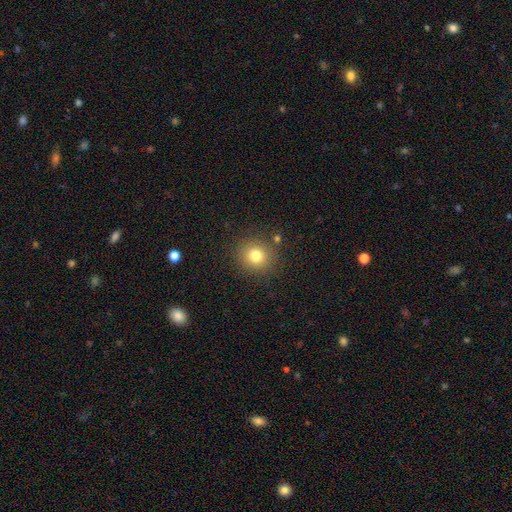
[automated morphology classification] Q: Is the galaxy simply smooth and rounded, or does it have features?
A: smooth — 79%.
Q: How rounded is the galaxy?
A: round — 89%.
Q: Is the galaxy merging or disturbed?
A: none — 86%.